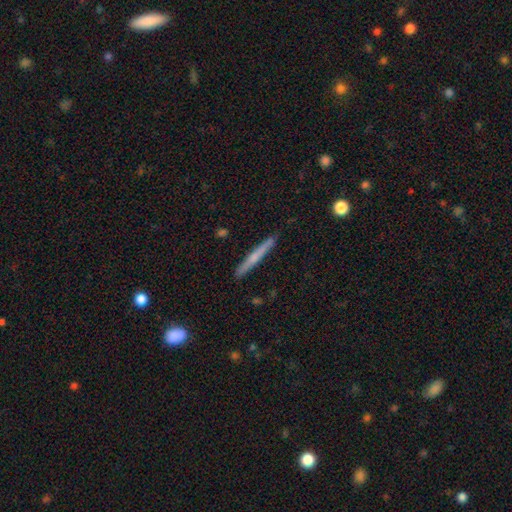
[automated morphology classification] featured or disk 48%, smooth 47%, star or artifact 6%. Down the decision tree: merging — none (89%).